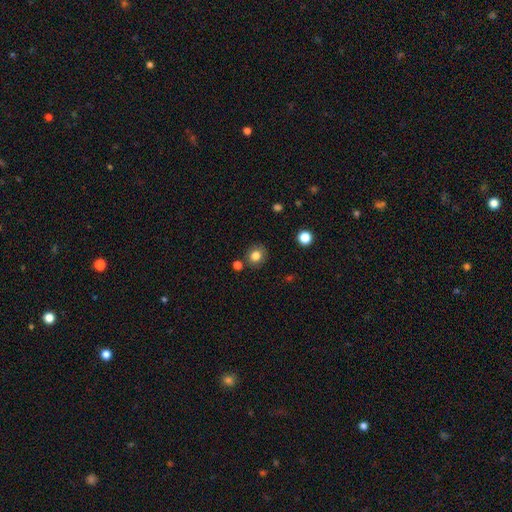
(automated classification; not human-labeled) Smooth or featured?
  - smooth: 81% *
  - star or artifact: 12%
  - featured or disk: 7%
How rounded?
  - round: 80% *
  - in between: 19%
  - cigar-shaped: 1%
Merging?
  - none: 82% *
  - minor disturbance: 11%
  - merger: 5%
  - major disturbance: 3%